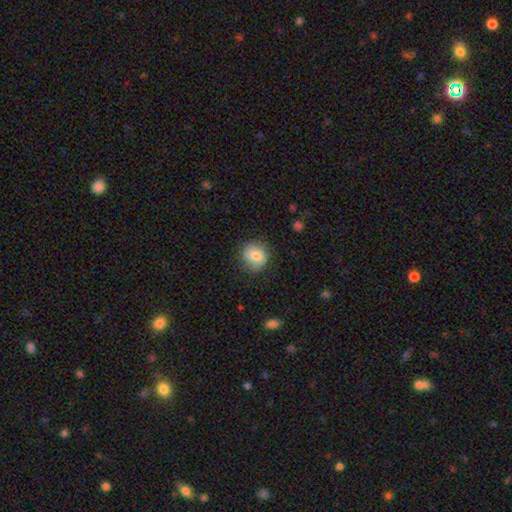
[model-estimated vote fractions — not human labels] A smooth galaxy with no disk features (82%) that is round (81%).

Vote fractions:
- Smooth or featured? smooth: 82% / featured or disk: 10% / star or artifact: 8%
- How rounded? round: 81% / in between: 19% / cigar-shaped: 1%
- Merging? none: 77% / minor disturbance: 17% / major disturbance: 5% / merger: 1%